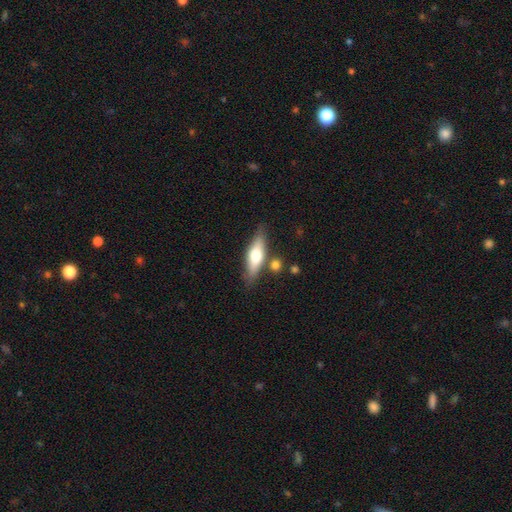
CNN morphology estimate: smooth-or-featured: smooth: 51% | featured or disk: 43% | star or artifact: 6%
  how-rounded: cigar-shaped: 56% | in between: 41% | round: 3%
  merging: none: 75% | minor disturbance: 13% | merger: 8% | major disturbance: 4%